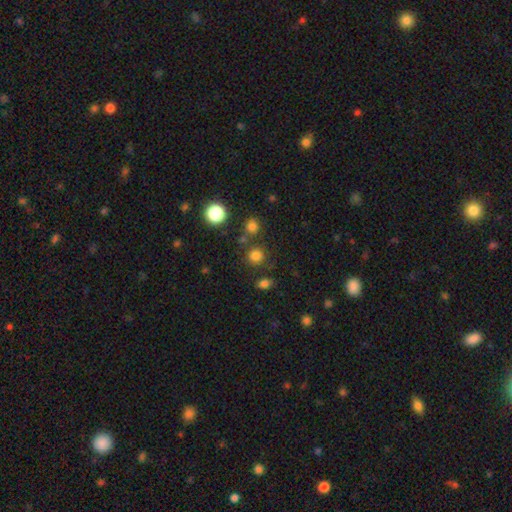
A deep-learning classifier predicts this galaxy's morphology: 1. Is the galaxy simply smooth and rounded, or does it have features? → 78% smooth, 17% star or artifact, 5% featured or disk.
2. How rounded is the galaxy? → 90% round, 9% in between, 1% cigar-shaped.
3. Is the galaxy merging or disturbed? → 79% none, 9% minor disturbance, 8% merger, 4% major disturbance.